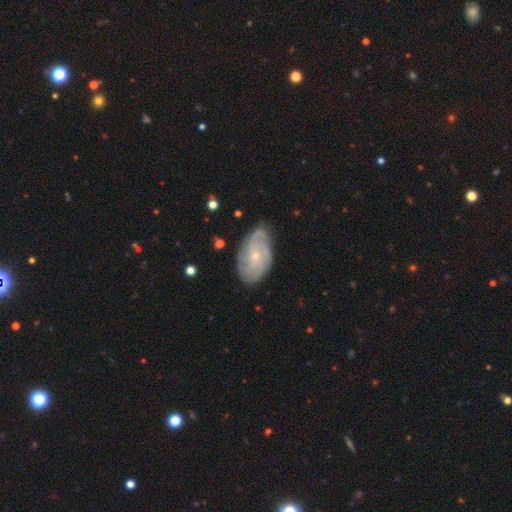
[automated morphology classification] featured or disk 76%, smooth 18%, star or artifact 6%. Down the decision tree: edge-on disk — no (95%); bar — no (75%); spiral arms — yes (93%); spiral arm count — can't tell (38%); spiral winding — tight (62%); bulge size — small (74%); merging — none (74%).